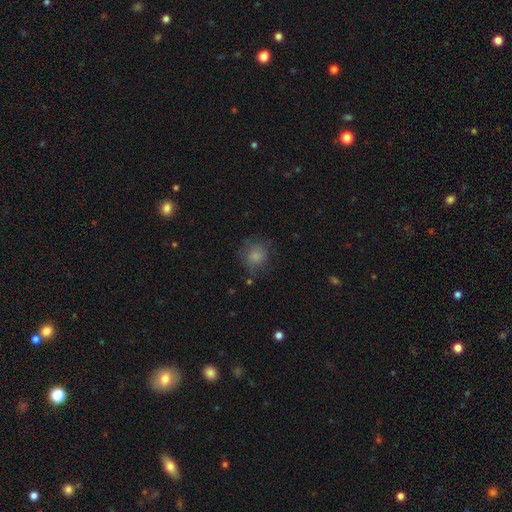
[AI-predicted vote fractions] smooth 80%, star or artifact 10%, featured or disk 10%. Down the decision tree: how rounded — round (82%); merging — none (68%).